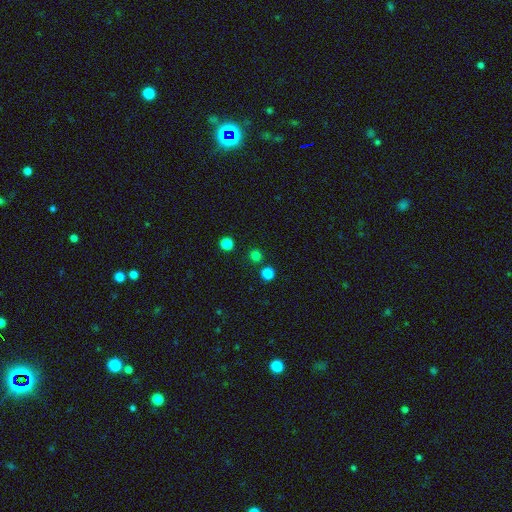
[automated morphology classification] The model was most divided on "smooth or featured": smooth: 78%, star or artifact: 18%, featured or disk: 4%. More confident: how rounded — round (94%); merging — none (84%).